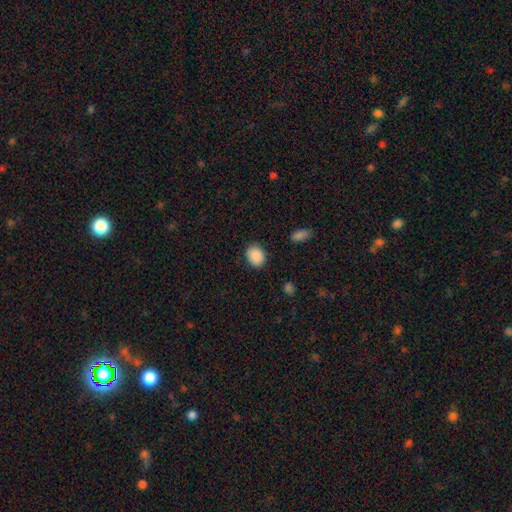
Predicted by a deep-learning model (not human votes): smooth 89%, star or artifact 8%, featured or disk 3%. Down the decision tree: how rounded — in between (53%); merging — none (85%).